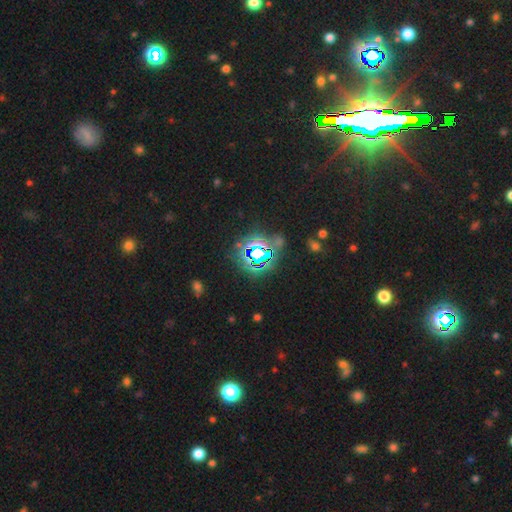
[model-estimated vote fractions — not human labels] Smooth or featured?
  - star or artifact: 78% *
  - smooth: 13%
  - featured or disk: 10%